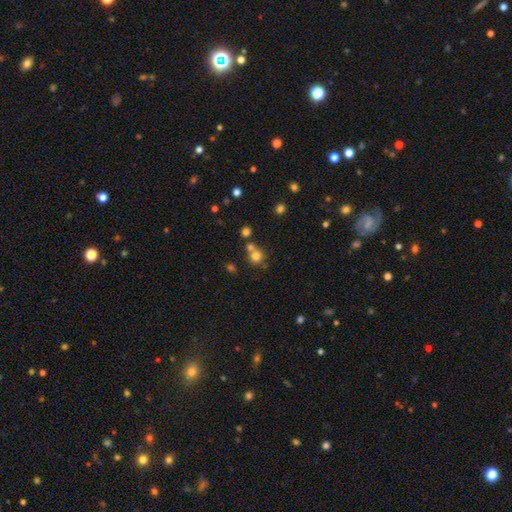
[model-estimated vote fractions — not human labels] Smooth or featured?
  - smooth: 72% *
  - star or artifact: 18%
  - featured or disk: 10%
How rounded?
  - round: 88% *
  - in between: 11%
  - cigar-shaped: 1%
Merging?
  - none: 56% *
  - merger: 33%
  - minor disturbance: 7%
  - major disturbance: 3%